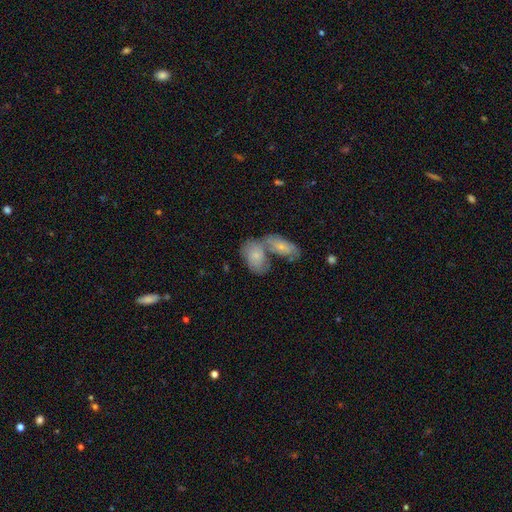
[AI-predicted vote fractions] A smooth galaxy with no disk features (64%) that is in between round and cigar-shaped (86%).

Vote fractions:
- Smooth or featured? smooth: 64% / featured or disk: 30% / star or artifact: 6%
- How rounded? in between: 86% / round: 12% / cigar-shaped: 2%
- Merging? merger: 63% / none: 21% / minor disturbance: 10% / major disturbance: 5%